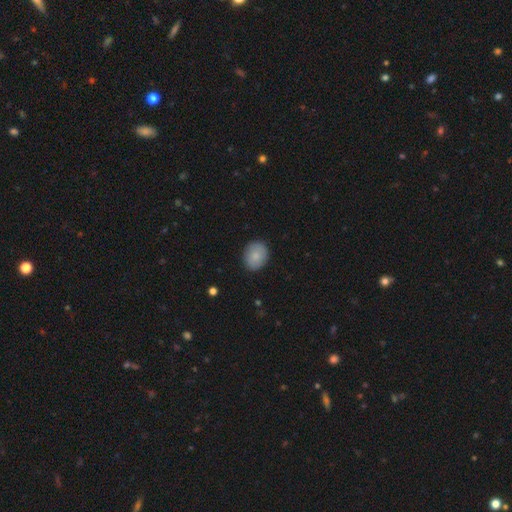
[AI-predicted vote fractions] The model was most divided on "how rounded": round: 59%, in between: 40%, cigar-shaped: 1%. More confident: merging — none (87%); smooth or featured — smooth (84%).